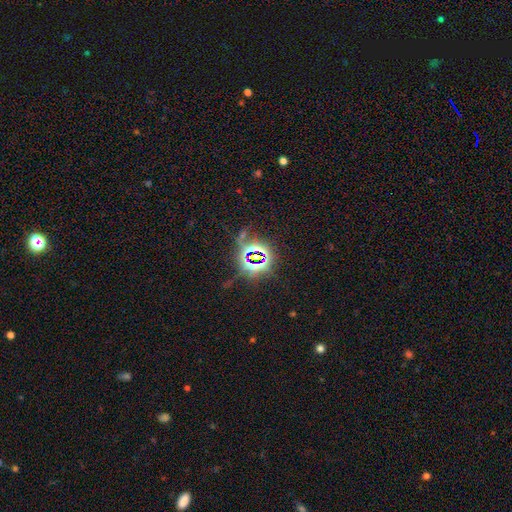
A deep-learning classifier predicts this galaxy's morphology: Smooth or featured? Predicted: star or artifact (p=0.82).